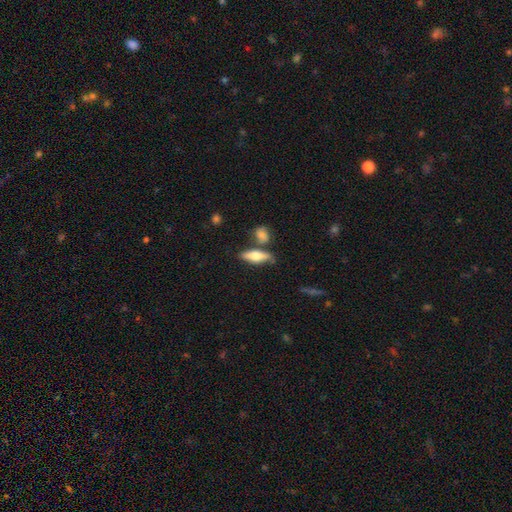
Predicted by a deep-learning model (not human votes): A smooth galaxy with no disk features (59%) that is cigar-shaped (49%). Merging: none (64%).